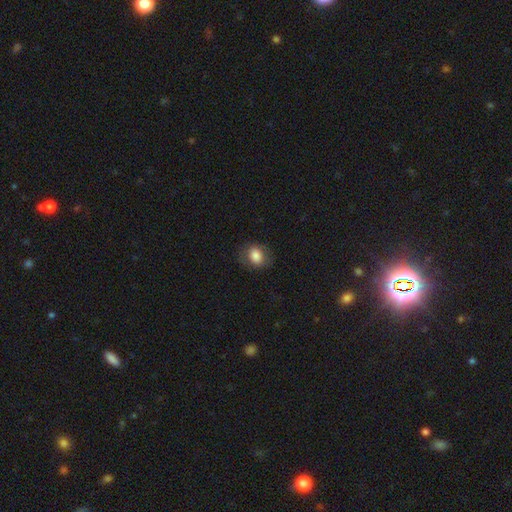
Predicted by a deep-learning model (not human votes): A smooth galaxy with no disk features (81%) that is in between round and cigar-shaped (50%). Merging: none (78%).